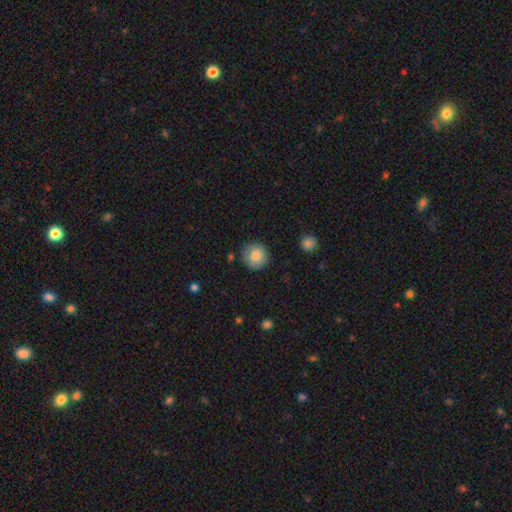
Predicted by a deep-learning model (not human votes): The model was most divided on "merging": none: 83%, minor disturbance: 12%, major disturbance: 3%, merger: 2%. More confident: how rounded — round (93%); smooth or featured — smooth (83%).